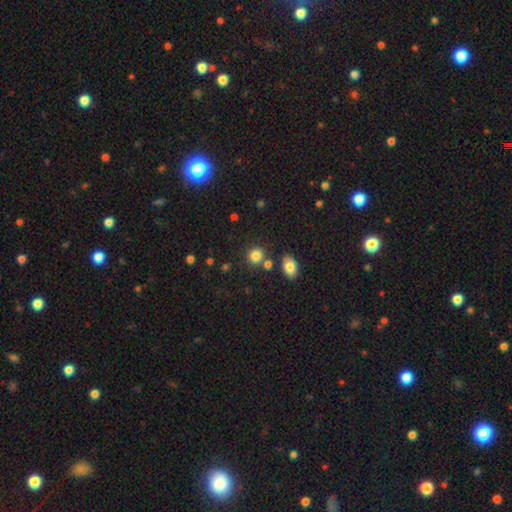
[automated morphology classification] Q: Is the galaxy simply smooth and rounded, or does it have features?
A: smooth — 84%.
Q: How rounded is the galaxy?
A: round — 79%.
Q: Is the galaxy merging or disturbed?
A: none — 75%.